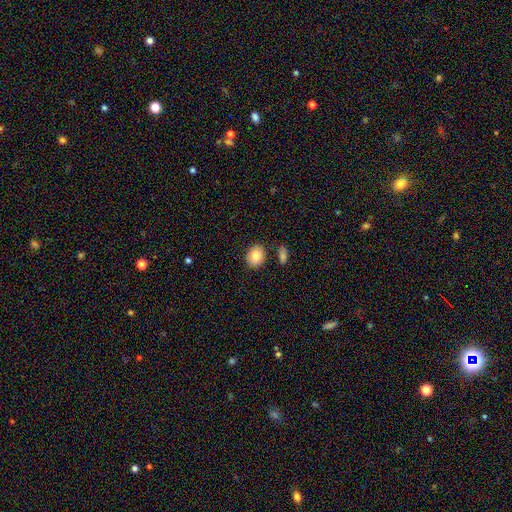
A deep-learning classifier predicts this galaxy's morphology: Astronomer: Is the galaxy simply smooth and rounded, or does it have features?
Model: smooth — 84%.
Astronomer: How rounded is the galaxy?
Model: in between — 58% (runner-up: round, 40%).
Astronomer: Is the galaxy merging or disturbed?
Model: none — 82%.